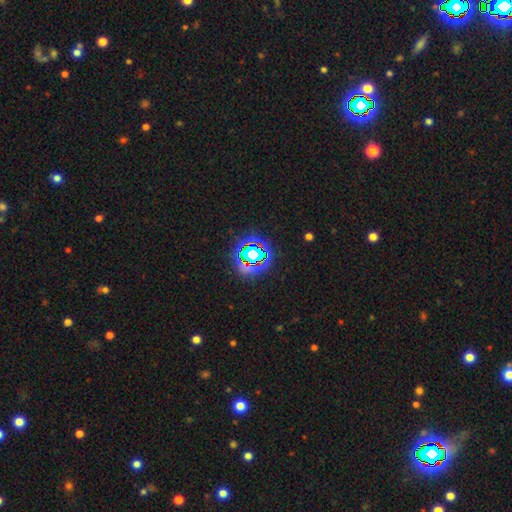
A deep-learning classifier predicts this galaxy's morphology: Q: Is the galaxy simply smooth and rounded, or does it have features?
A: star or artifact — 66%.